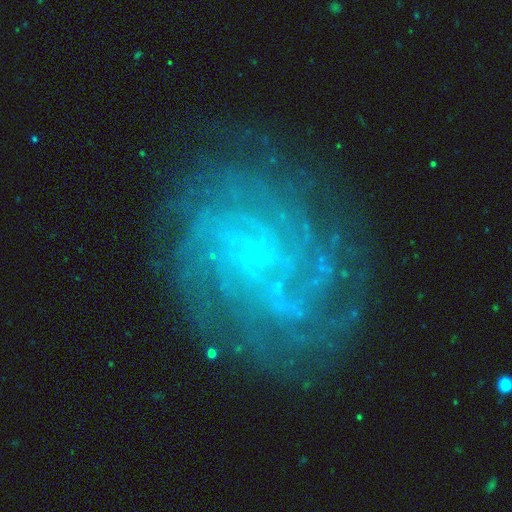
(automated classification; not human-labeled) Morphology: type=featured or disk (82%); edge-on=no (98%); bar=no (66%); spiral arms=yes (94%); winding=tight (65%); arm count=can't tell (39%); bulge=none (51%); merging=none (76%).